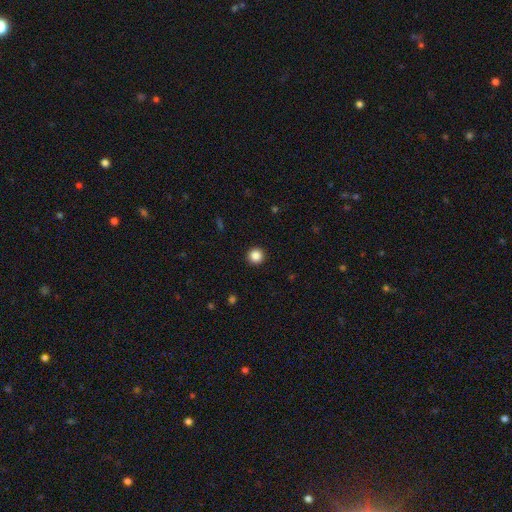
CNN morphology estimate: Q: Smooth or featured?
A: smooth (86%); runner-up: star or artifact (11%)
Q: How rounded?
A: round (96%); runner-up: in between (3%)
Q: Merging?
A: none (93%); runner-up: minor disturbance (4%)